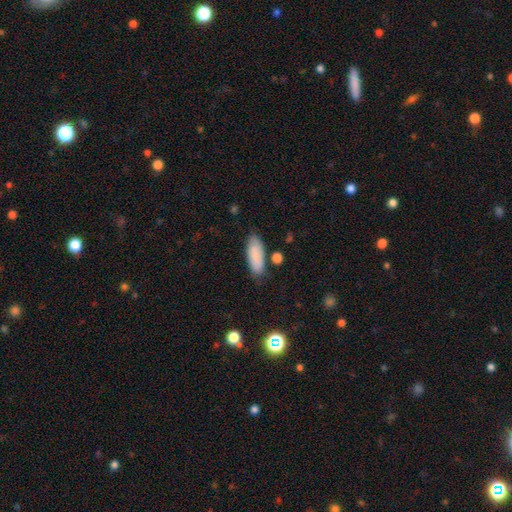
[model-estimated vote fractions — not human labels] Morphology: type=smooth (85%); roundness=in between (77%); merging=none (78%).